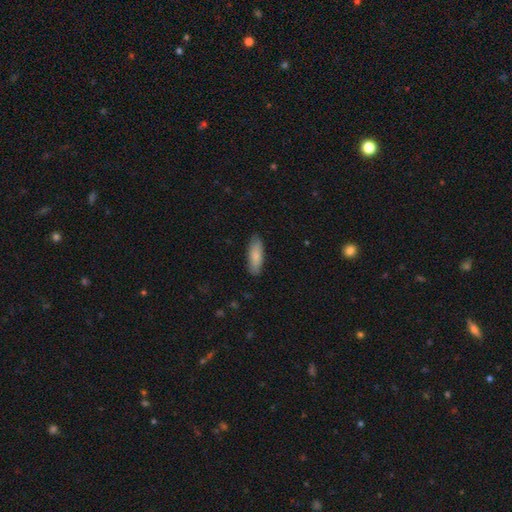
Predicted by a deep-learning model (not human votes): A smooth galaxy with no disk features (83%) that is in between round and cigar-shaped (57%). Merging: none (86%).